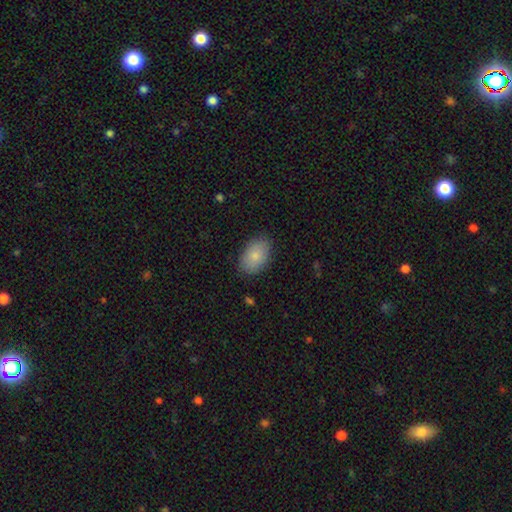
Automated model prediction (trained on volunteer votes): A smooth galaxy with no disk features (84%) that is in between round and cigar-shaped (90%). Merging: none (85%).